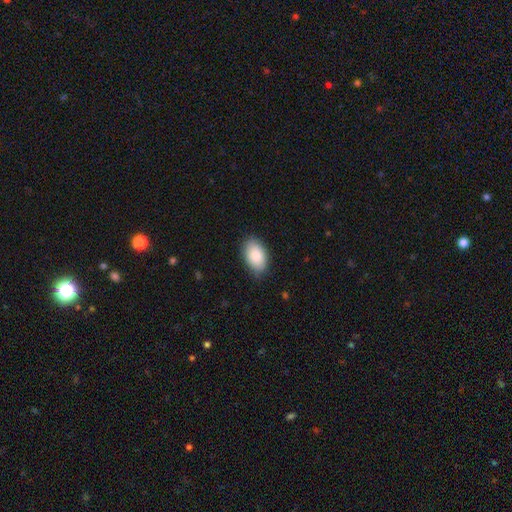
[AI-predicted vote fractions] Smooth or featured? smooth (88%)
How rounded? in between (94%)
Merging? none (82%)